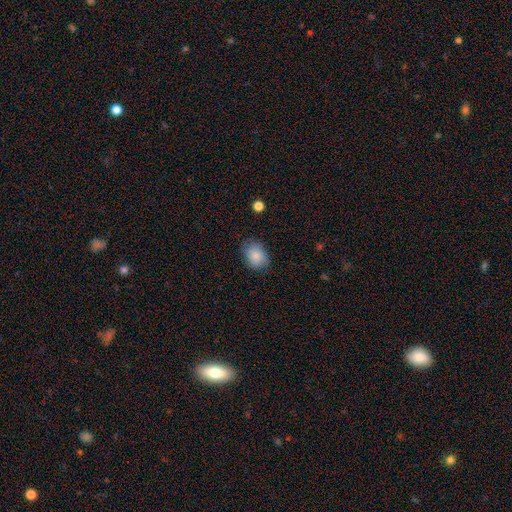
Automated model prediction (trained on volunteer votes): Smooth or featured? Predicted: smooth (p=0.85). How rounded? Predicted: in between (p=0.67). Merging? Predicted: none (p=0.74).